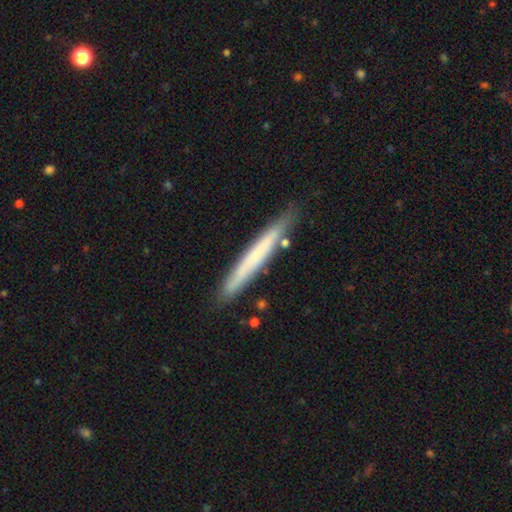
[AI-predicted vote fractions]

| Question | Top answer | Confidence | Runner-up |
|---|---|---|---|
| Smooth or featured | smooth | 55% | featured or disk (39%) |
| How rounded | cigar-shaped | 96% | in between (3%) |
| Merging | none | 85% | minor disturbance (11%) |